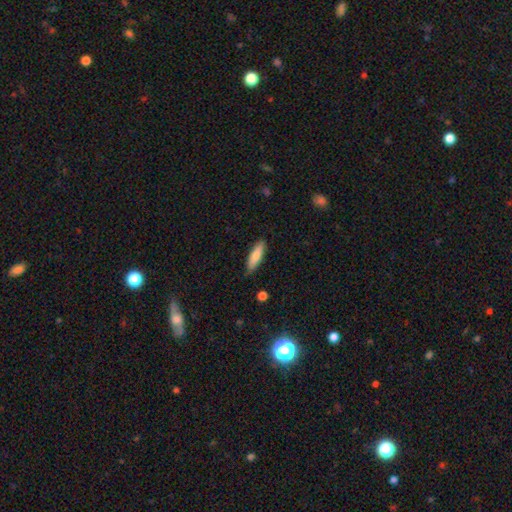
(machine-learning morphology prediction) Smooth or featured?
  - smooth: 79% *
  - featured or disk: 15%
  - star or artifact: 6%
How rounded?
  - cigar-shaped: 56% *
  - in between: 42%
  - round: 2%
Merging?
  - none: 81% *
  - minor disturbance: 15%
  - major disturbance: 2%
  - merger: 1%